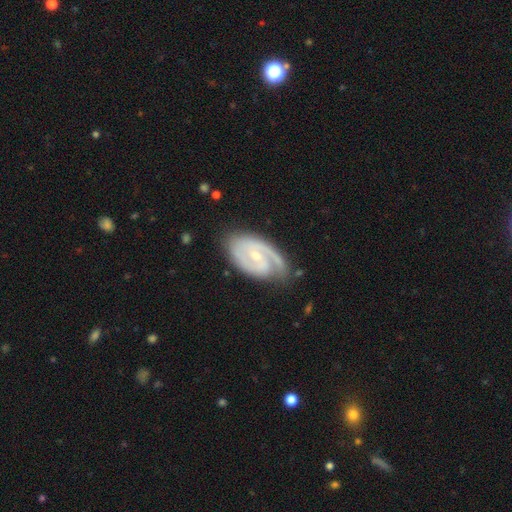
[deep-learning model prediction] featured or disk 88%, smooth 8%, star or artifact 4%. Down the decision tree: edge-on disk — no (97%); bar — weak (47%); spiral arms — yes (97%); spiral arm count — 2 (73%); spiral winding — tight (49%); bulge size — small (63%); merging — none (73%).